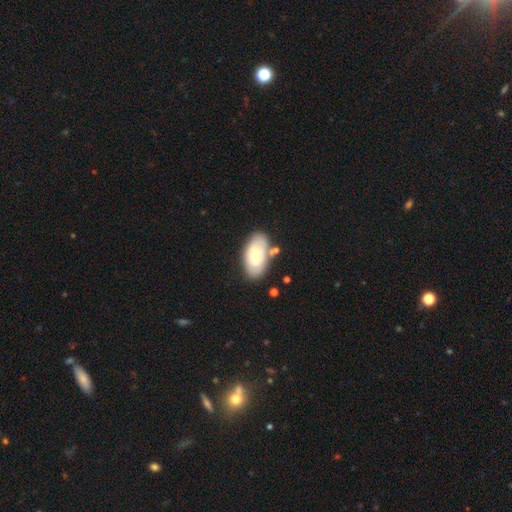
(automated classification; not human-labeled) This is possibly a smooth galaxy (54%). How rounded: clearly in between (94%). Merging: likely none (70%).